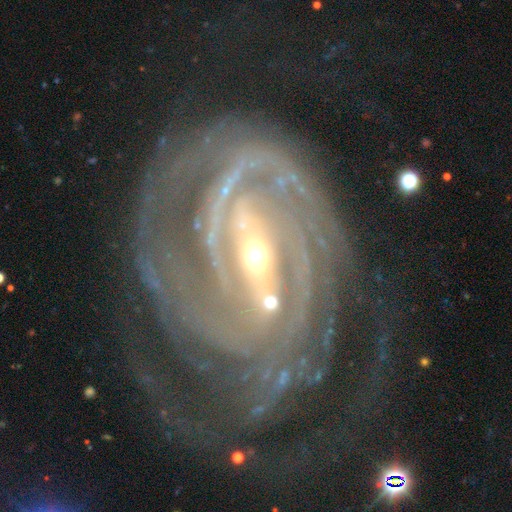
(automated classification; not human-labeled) This is clearly a featured or disk galaxy (91%). It is clearly not viewed edge-on (97%). Bar: possibly strong (59%). Spiral arm pattern: clearly yes (98%). Spiral arm count: marginally 2 (25%). Spiral winding: likely tight (73%). Central bulge: likely small (61%). Merging: possibly none (57%).